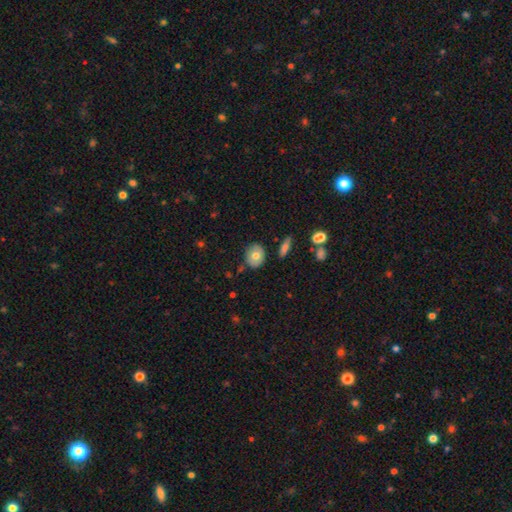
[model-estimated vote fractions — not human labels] smooth 69%, featured or disk 23%, star or artifact 8%. Down the decision tree: how rounded — round (57%); merging — none (80%).